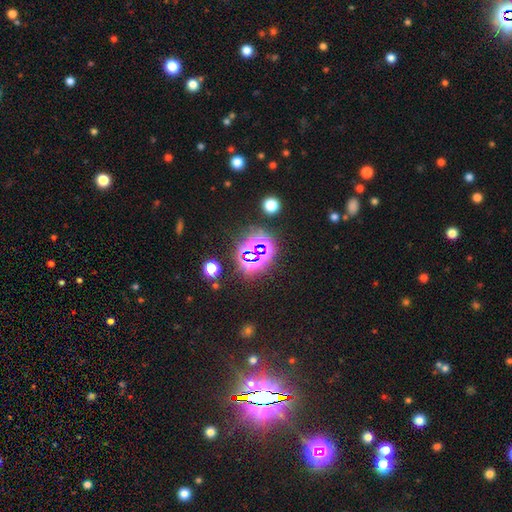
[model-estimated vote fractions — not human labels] A star or artifact, not a galaxy (78%).